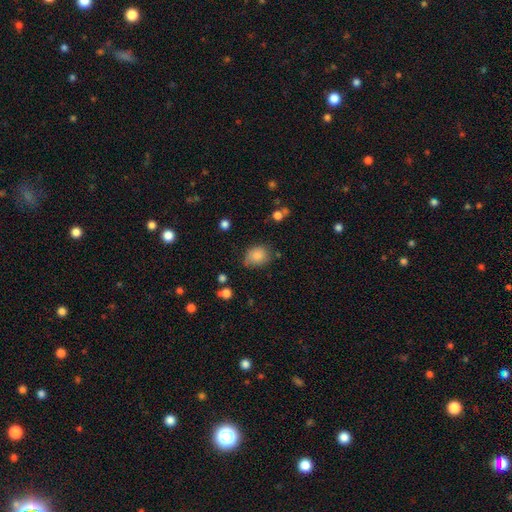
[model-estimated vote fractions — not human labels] Q: Smooth or featured?
A: smooth (83%); runner-up: star or artifact (9%)
Q: How rounded?
A: round (55%); runner-up: in between (44%)
Q: Merging?
A: none (63%); runner-up: minor disturbance (27%)